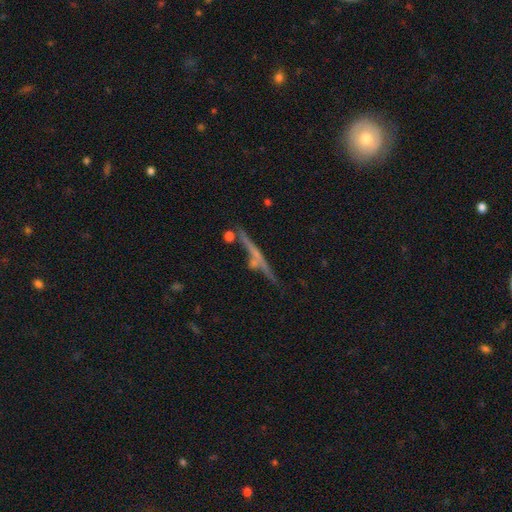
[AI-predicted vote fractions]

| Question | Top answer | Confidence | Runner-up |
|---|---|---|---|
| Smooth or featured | featured or disk | 64% | smooth (25%) |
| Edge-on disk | yes | 95% | no (5%) |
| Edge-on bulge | none | 64% | rounded (28%) |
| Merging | none | 76% | minor disturbance (12%) |